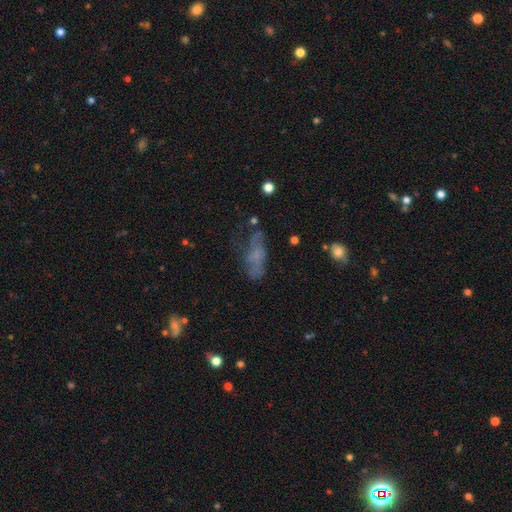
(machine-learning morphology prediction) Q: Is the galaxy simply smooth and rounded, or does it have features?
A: smooth — 45%.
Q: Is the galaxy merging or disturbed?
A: none — 46%.